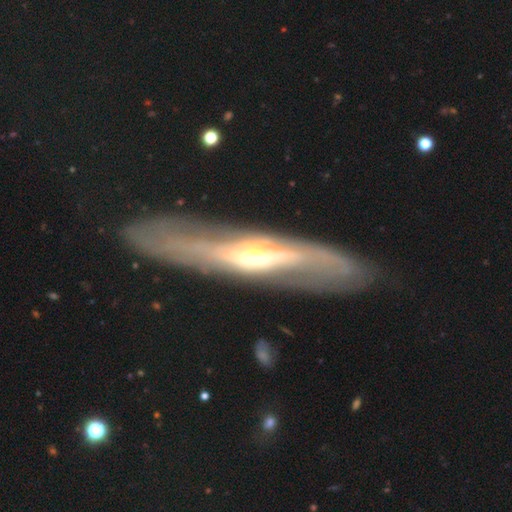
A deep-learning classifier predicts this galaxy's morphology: Smooth or featured? featured or disk (78%)
Edge-on disk? yes (62%)
Merging? none (71%)